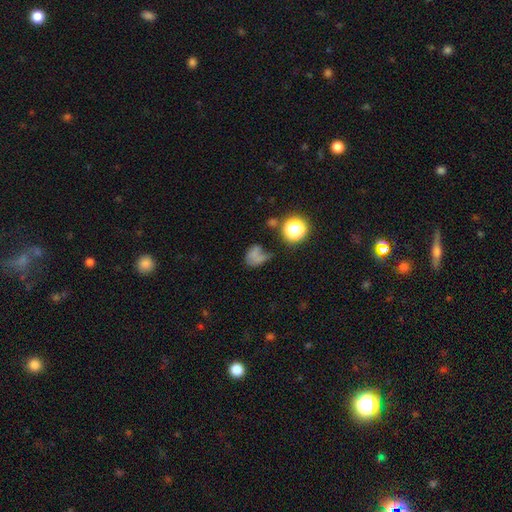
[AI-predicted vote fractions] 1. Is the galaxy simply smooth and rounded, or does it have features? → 58% smooth, 23% star or artifact, 19% featured or disk.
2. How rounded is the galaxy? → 50% in between, 49% round, 2% cigar-shaped.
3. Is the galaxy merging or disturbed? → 32% none, 30% major disturbance, 23% minor disturbance, 15% merger.